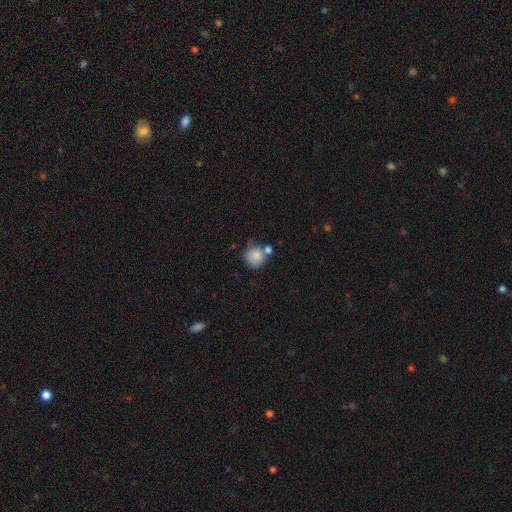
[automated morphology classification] type=smooth (84%); roundness=round (89%); merging=none (54%).